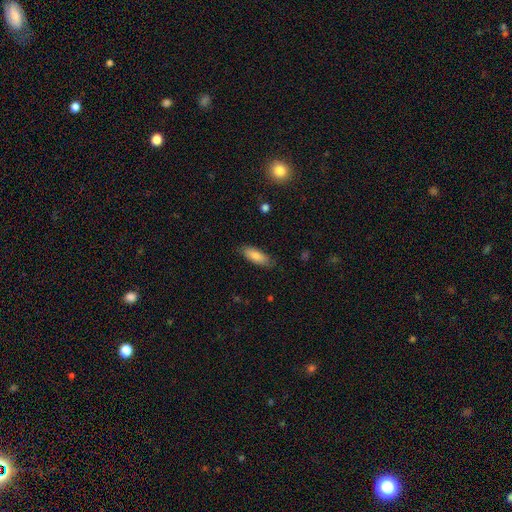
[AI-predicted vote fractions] smooth 83%, featured or disk 11%, star or artifact 6%. Down the decision tree: how rounded — in between (67%); merging — none (82%).